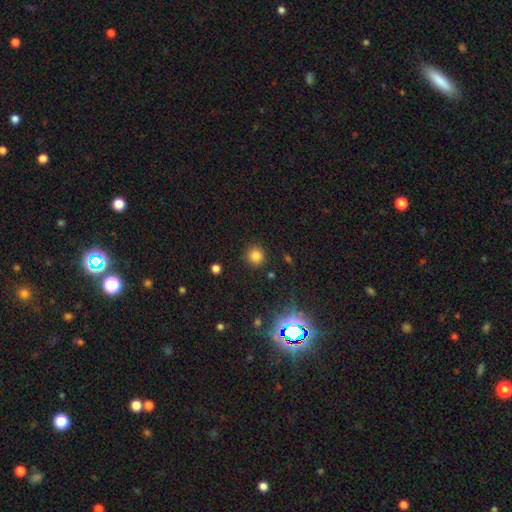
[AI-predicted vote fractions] Smooth or featured?
  - smooth: 80% *
  - star or artifact: 16%
  - featured or disk: 5%
How rounded?
  - round: 92% *
  - in between: 7%
  - cigar-shaped: 1%
Merging?
  - none: 89% *
  - minor disturbance: 7%
  - major disturbance: 3%
  - merger: 2%